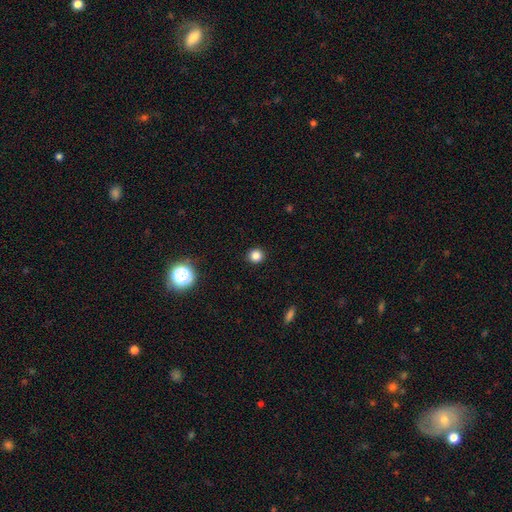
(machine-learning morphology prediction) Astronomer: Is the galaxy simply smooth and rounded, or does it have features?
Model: smooth — 83%.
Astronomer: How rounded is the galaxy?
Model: round — 92%.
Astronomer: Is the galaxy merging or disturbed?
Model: none — 92%.